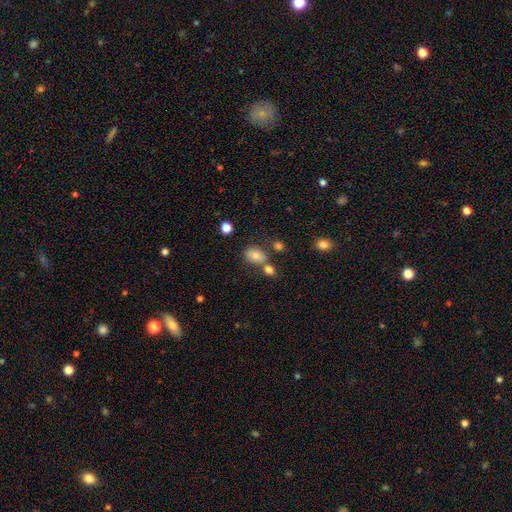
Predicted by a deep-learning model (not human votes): This appears to be a smooth galaxy with no disk features (76%) that is in between round and cigar-shaped (65%). Merging: none (57%).